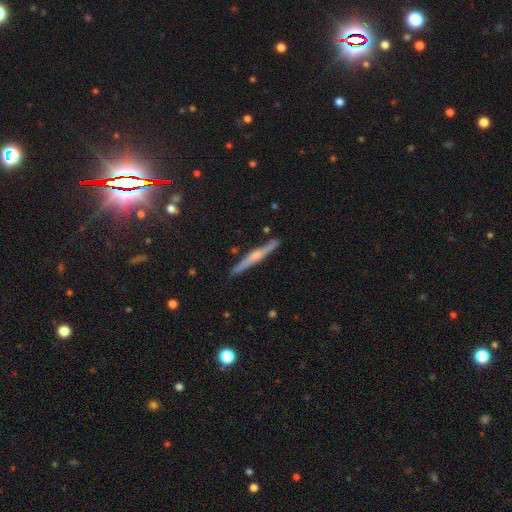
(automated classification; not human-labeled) Morphology: type=featured or disk (69%); edge-on=yes (97%); edge-on bulge=rounded (74%); merging=none (90%).